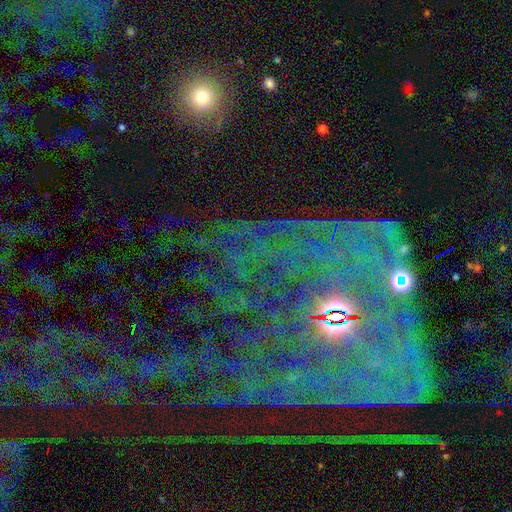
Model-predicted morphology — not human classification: A star or artifact, not a galaxy (66%).

Vote fractions:
- Smooth or featured? star or artifact: 66% / featured or disk: 19% / smooth: 15%